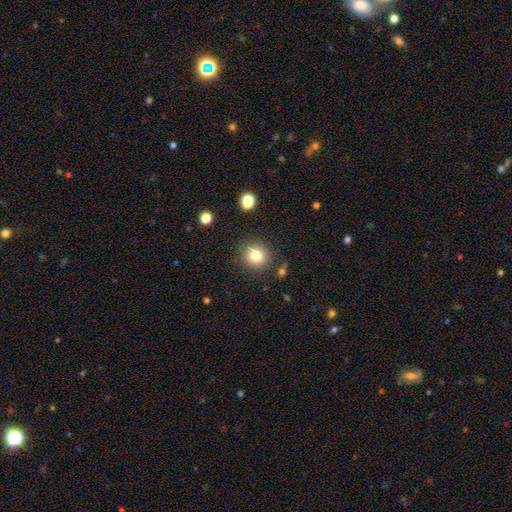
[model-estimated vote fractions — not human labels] This appears to be a smooth galaxy with no disk features (80%) that is round (88%). Merging: none (87%).